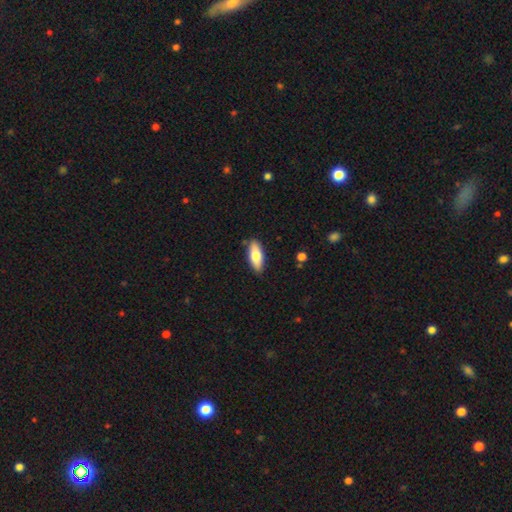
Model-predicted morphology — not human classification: Smooth or featured?
  - smooth: 76% *
  - featured or disk: 18%
  - star or artifact: 6%
How rounded?
  - in between: 74% *
  - cigar-shaped: 24%
  - round: 2%
Merging?
  - none: 86% *
  - minor disturbance: 11%
  - major disturbance: 2%
  - merger: 2%